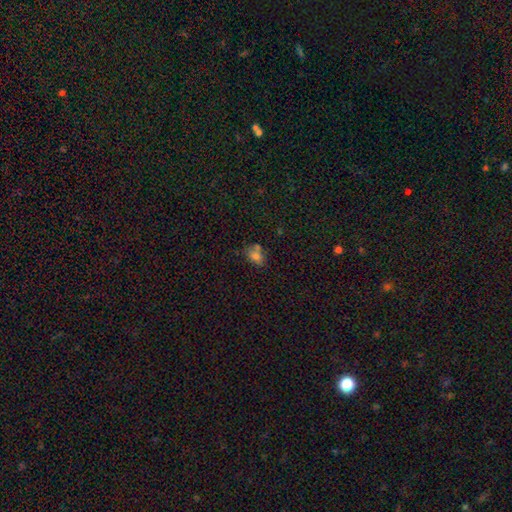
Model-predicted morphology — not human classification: A smooth galaxy with no disk features (74%) that is in between round and cigar-shaped (67%). Merging: none (54%).